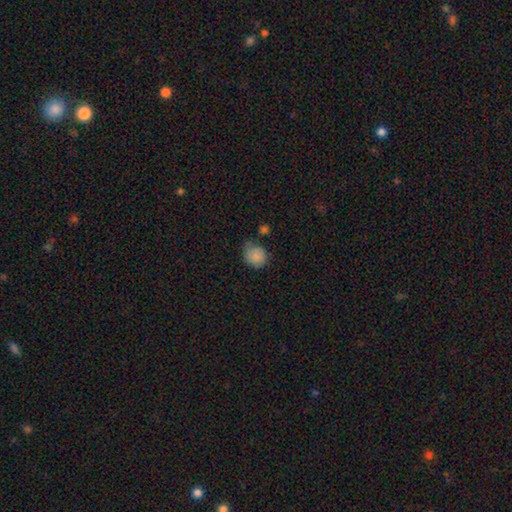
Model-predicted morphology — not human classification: A smooth galaxy with no disk features (86%) that is round (72%). Merging: none (63%).